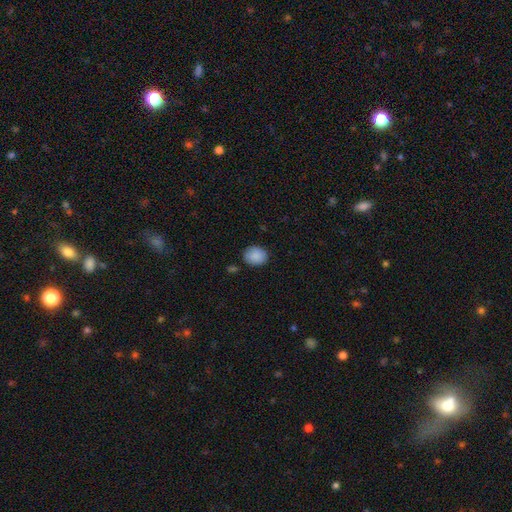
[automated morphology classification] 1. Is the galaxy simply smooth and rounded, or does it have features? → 89% smooth, 7% star or artifact, 4% featured or disk.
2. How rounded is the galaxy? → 56% round, 43% in between, 1% cigar-shaped.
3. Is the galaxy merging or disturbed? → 83% none, 13% minor disturbance, 3% major disturbance, 2% merger.